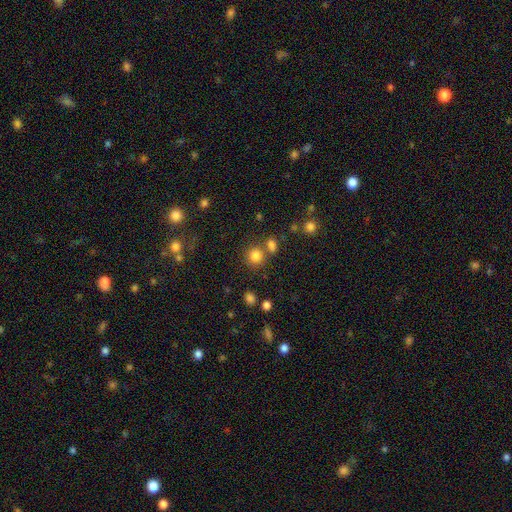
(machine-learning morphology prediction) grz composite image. It shows a smooth galaxy with no disk features (81%) that is round (87%). Merging: none (69%).